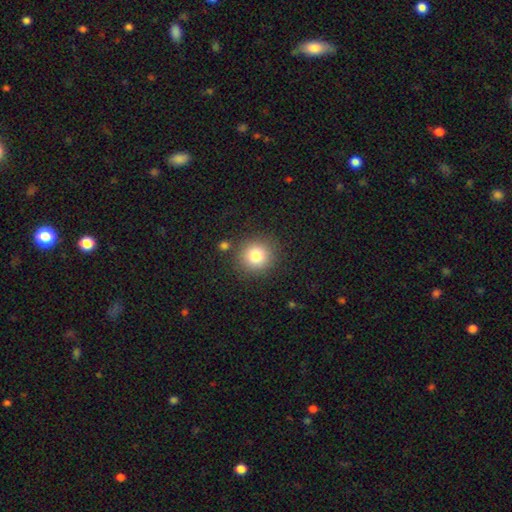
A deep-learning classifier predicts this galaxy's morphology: This is clearly a smooth galaxy (82%). How rounded: clearly round (91%). Merging: clearly none (84%).